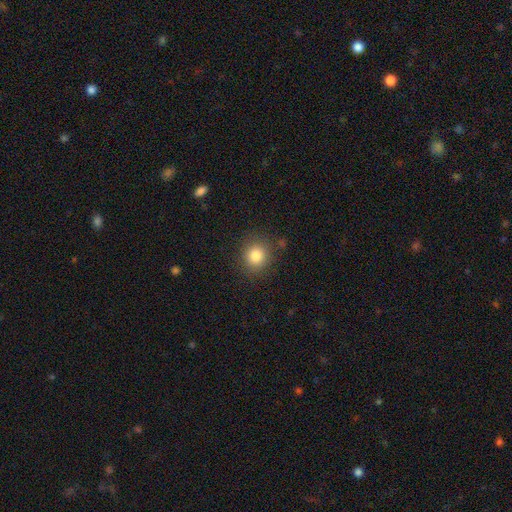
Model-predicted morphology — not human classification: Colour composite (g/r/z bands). It shows a smooth galaxy with no disk features (84%) that is round (86%). Merging: none (86%).